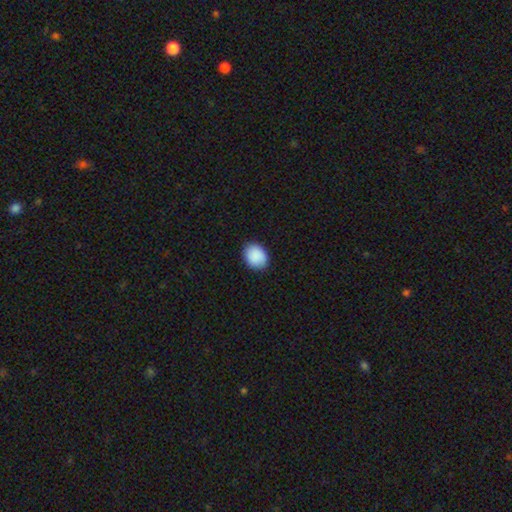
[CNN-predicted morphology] A smooth galaxy with no disk features (90%) that is in between round and cigar-shaped (53%).

Vote fractions:
- Smooth or featured? smooth: 90% / star or artifact: 7% / featured or disk: 3%
- How rounded? in between: 53% / round: 46% / cigar-shaped: 1%
- Merging? none: 88% / minor disturbance: 9% / major disturbance: 2% / merger: 1%